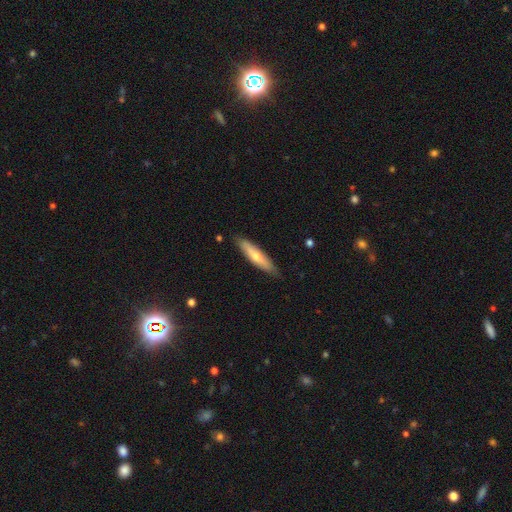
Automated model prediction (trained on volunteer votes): smooth_or_featured: smooth (p=0.54) [alt: featured or disk p=0.40]
how_rounded: cigar-shaped (p=0.77) [alt: in between p=0.21]
merging: none (p=0.83) [alt: minor disturbance p=0.14]